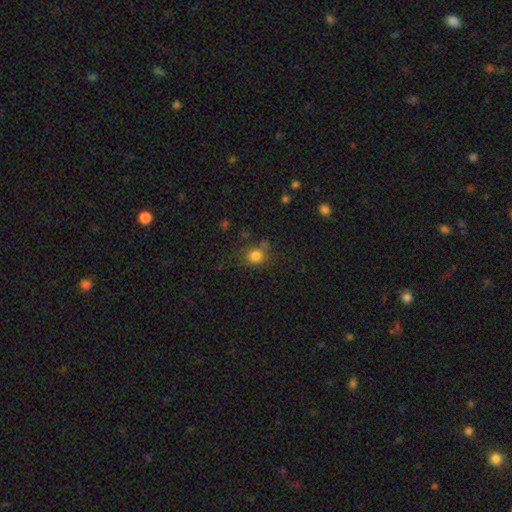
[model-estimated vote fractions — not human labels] This appears to be a smooth galaxy with no disk features (81%) that is round (83%). Merging: none (72%).